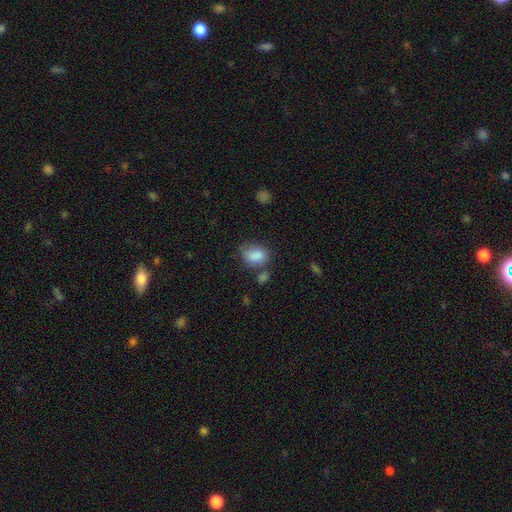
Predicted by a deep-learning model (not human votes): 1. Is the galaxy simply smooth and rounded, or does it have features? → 85% smooth, 8% star or artifact, 7% featured or disk.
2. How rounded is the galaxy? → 68% in between, 31% round, 1% cigar-shaped.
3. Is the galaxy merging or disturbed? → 53% none, 26% minor disturbance, 11% merger, 10% major disturbance.